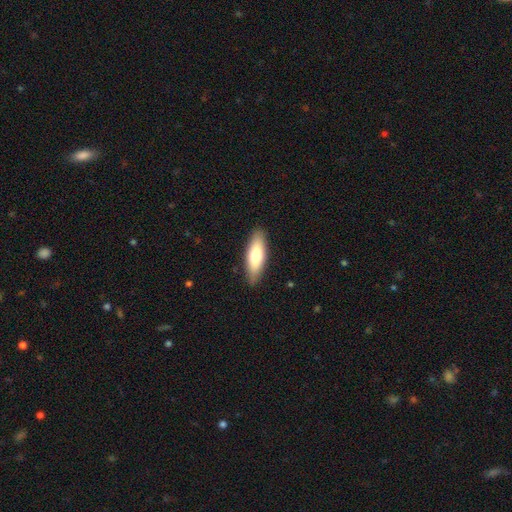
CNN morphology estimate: smooth_or_featured: smooth (p=0.73) [alt: featured or disk p=0.21]
how_rounded: in between (p=0.55) [alt: cigar-shaped p=0.43]
merging: none (p=0.87) [alt: minor disturbance p=0.10]